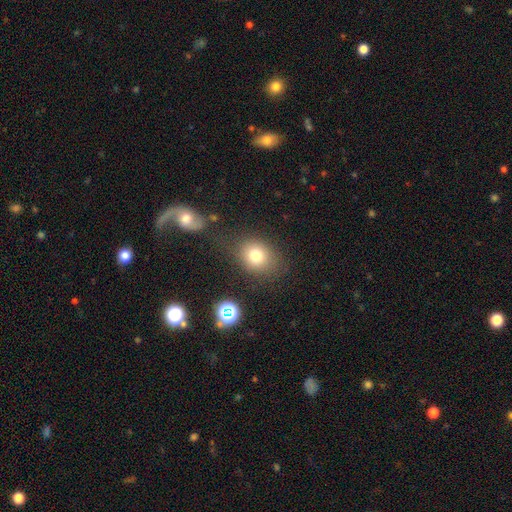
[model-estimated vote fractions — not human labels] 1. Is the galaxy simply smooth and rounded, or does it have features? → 77% smooth, 13% star or artifact, 10% featured or disk.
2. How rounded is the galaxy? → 51% round, 48% in between, 1% cigar-shaped.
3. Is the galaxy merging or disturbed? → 72% none, 16% minor disturbance, 7% major disturbance, 5% merger.